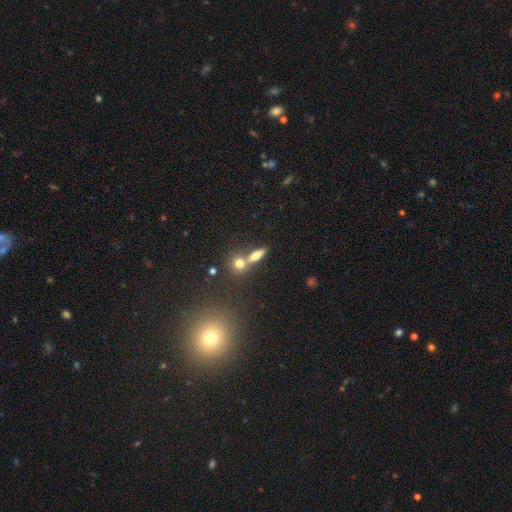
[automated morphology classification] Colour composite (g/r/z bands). It shows a smooth galaxy with no disk features (60%) that is in between round and cigar-shaped (43%). Merging: none (53%).